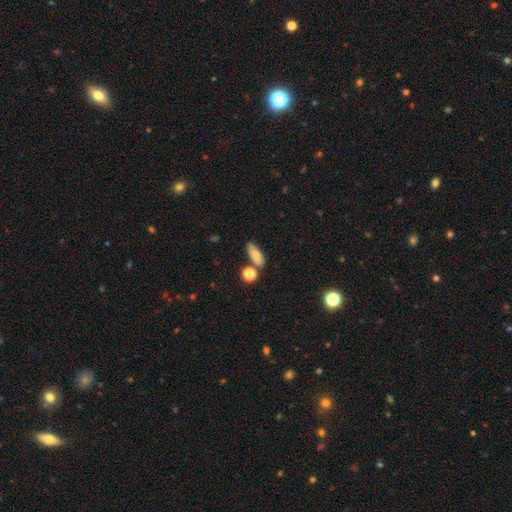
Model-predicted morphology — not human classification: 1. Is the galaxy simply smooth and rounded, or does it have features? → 75% smooth, 15% featured or disk, 10% star or artifact.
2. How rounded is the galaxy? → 75% in between, 18% cigar-shaped, 8% round.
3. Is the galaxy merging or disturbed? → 64% none, 17% minor disturbance, 14% merger, 5% major disturbance.